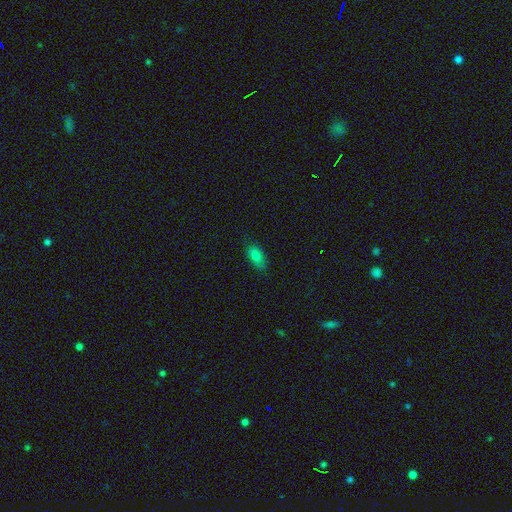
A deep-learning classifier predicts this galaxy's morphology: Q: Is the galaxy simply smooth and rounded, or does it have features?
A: smooth — 81%.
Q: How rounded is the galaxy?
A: in between — 86%.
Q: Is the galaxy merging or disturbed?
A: none — 80%.